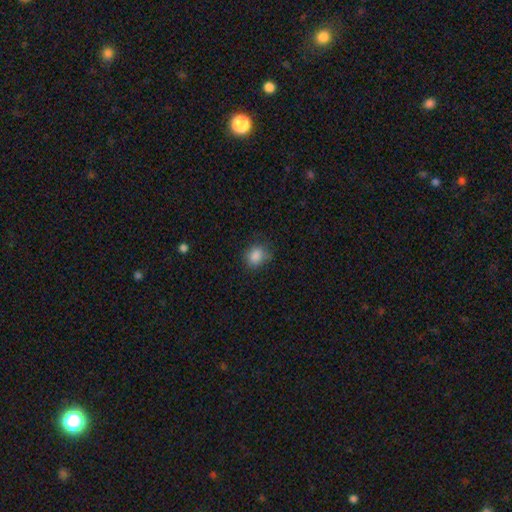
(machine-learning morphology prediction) Overall: smooth (85%). How rounded: round (59%; in between 40%). Merging: none (71%).